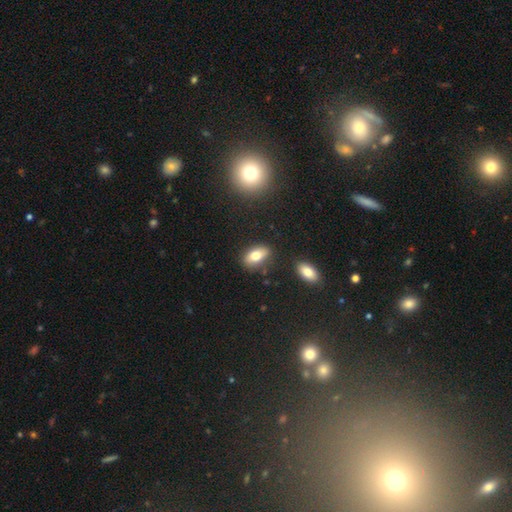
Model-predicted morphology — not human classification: type=smooth (75%); roundness=in between (89%); merging=none (81%).